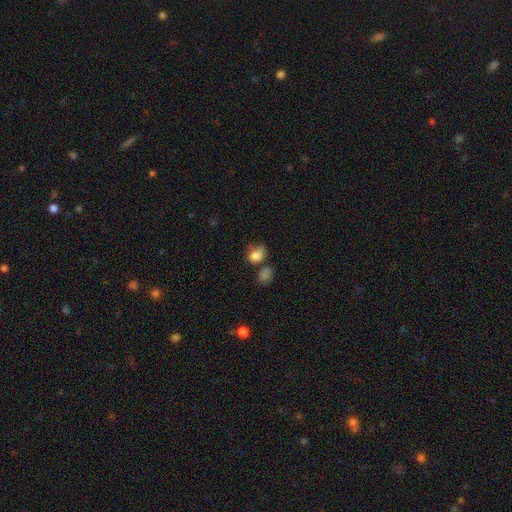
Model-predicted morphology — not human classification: The model was most divided on "merging": none: 37%, minor disturbance: 28%, major disturbance: 17%, merger: 17%. More confident: smooth or featured — smooth (79%); how rounded — in between (56%).